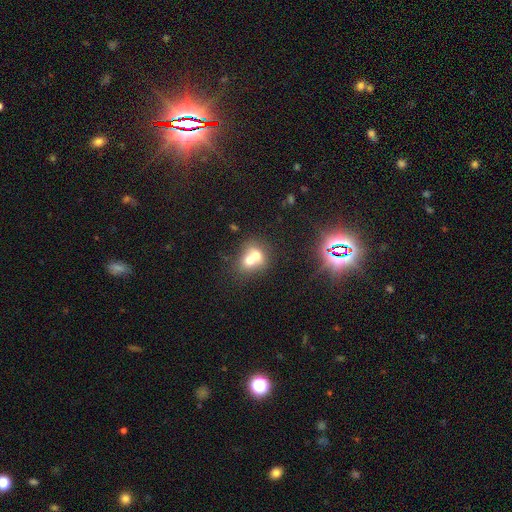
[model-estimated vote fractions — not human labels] Overall: smooth (63%; featured or disk 25%). How rounded: round (59%; in between 40%). Merging: merger (71%).